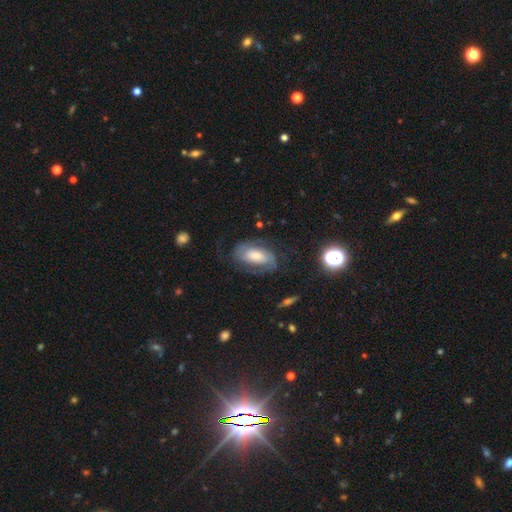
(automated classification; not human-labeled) A featured or disk galaxy (70%) with no bar (44%), 2 (82%) medium (44%) spiral arms (90%) and a large central bulge (39%).

Vote fractions:
- Smooth or featured? featured or disk: 70% / smooth: 23% / star or artifact: 7%
- Edge-on disk? no: 95% / yes: 5%
- Bar? no: 44% / weak: 36% / strong: 20%
- Spiral arms? yes: 90% / no: 10%
- Spiral winding? medium: 44% / tight: 39% / loose: 18%
- Spiral arm count? 2: 82% / can't tell: 10% / 1: 3% / 3: 2% / 4: 1% / more than 4: 1%
- Bulge size? large: 39% / moderate: 30% / small: 16% / none: 7% / dominant: 7%
- Merging? none: 67% / minor disturbance: 18% / major disturbance: 13% / merger: 2%